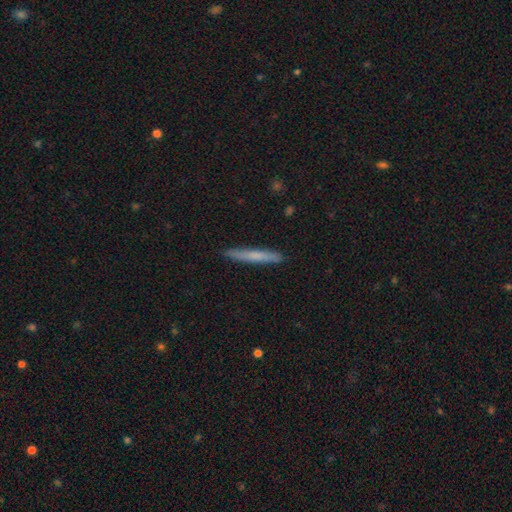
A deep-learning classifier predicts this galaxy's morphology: The model was most divided on "smooth or featured": smooth: 65%, featured or disk: 30%, star or artifact: 6%. More confident: how rounded — cigar-shaped (96%); merging — none (91%).